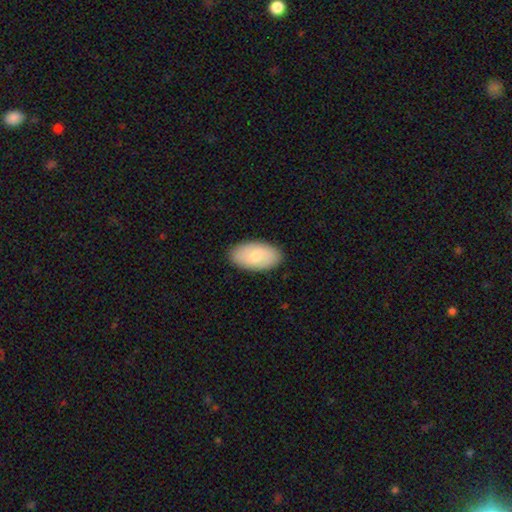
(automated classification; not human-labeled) smooth 70%, featured or disk 24%, star or artifact 5%. Down the decision tree: how rounded — in between (95%); merging — none (88%).